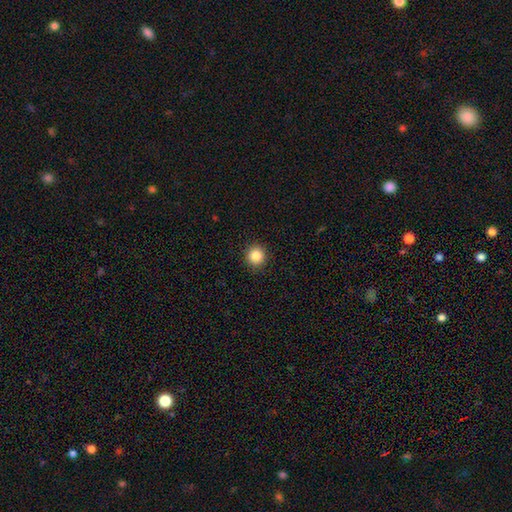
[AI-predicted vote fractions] smooth-or-featured: smooth: 86% | star or artifact: 10% | featured or disk: 4%
  how-rounded: round: 94% | in between: 5% | cigar-shaped: 1%
  merging: none: 92% | minor disturbance: 5% | major disturbance: 2% | merger: 1%